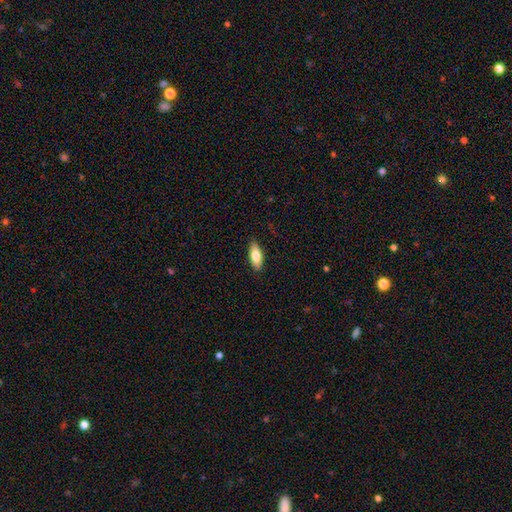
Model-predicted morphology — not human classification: This appears to be a smooth galaxy with no disk features (78%) that is in between round and cigar-shaped (76%). Merging: none (88%).